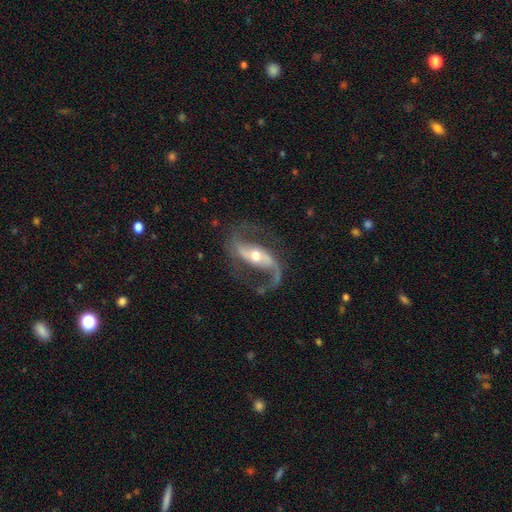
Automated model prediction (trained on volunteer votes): A featured or disk galaxy (92%) with a strong bar (46%), 2 (92%) loose (59%) spiral arms (97%) and a moderate central bulge (61%).

Vote fractions:
- Smooth or featured? featured or disk: 92% / star or artifact: 5% / smooth: 4%
- Edge-on disk? no: 96% / yes: 4%
- Bar? strong: 46% / weak: 32% / no: 22%
- Spiral arms? yes: 97% / no: 3%
- Spiral winding? loose: 59% / medium: 34% / tight: 7%
- Spiral arm count? 2: 92% / 1: 4% / can't tell: 1% / 3: 1% / 4: 1% / more than 4: 1%
- Bulge size? moderate: 61% / small: 31% / large: 5% / none: 1% / dominant: 1%
- Merging? none: 76% / minor disturbance: 13% / major disturbance: 10% / merger: 2%